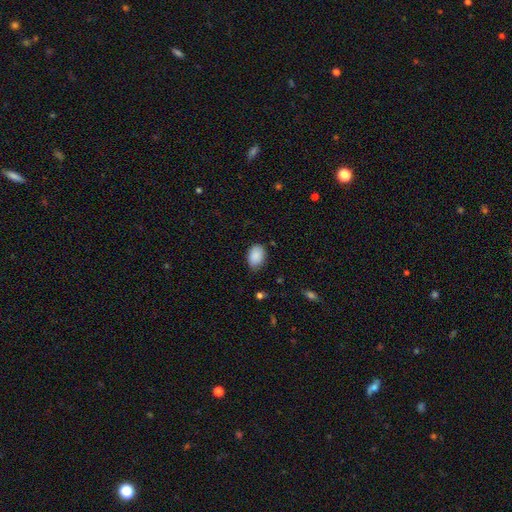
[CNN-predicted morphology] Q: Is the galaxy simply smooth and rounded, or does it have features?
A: smooth — 89%.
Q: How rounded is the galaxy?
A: in between — 85%.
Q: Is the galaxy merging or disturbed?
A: none — 76%.